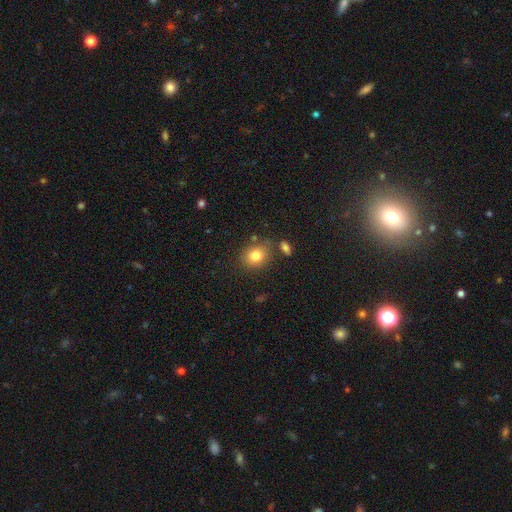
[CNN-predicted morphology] smooth 80%, star or artifact 10%, featured or disk 9%. Down the decision tree: how rounded — round (63%); merging — none (76%).